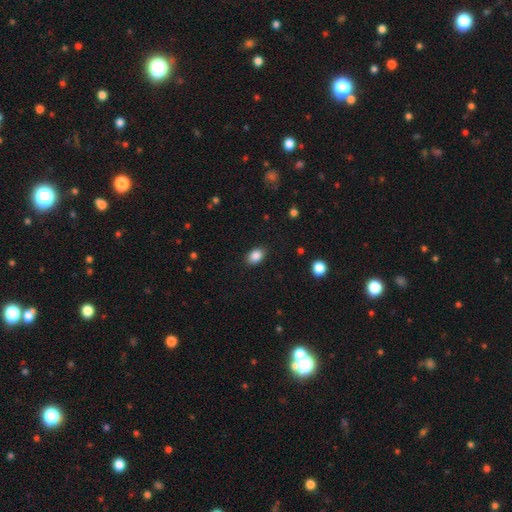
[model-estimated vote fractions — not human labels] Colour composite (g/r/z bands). It shows a smooth galaxy with no disk features (87%) that is in between round and cigar-shaped (81%). Merging: none (88%).